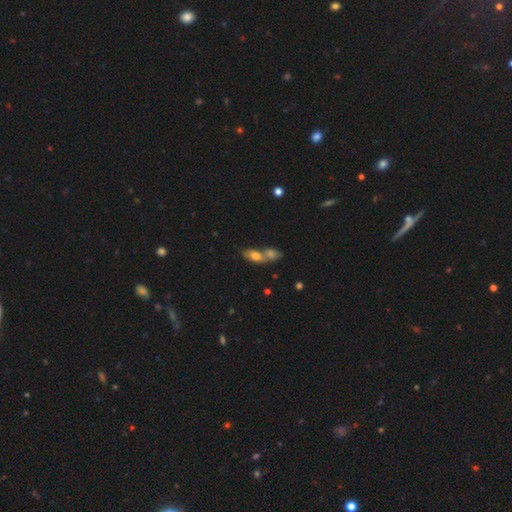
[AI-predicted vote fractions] Smooth or featured: smooth — 74% (featured or disk — 17%)
How rounded: in between — 82% (cigar-shaped — 11%)
Merging: merger — 65% (none — 25%)